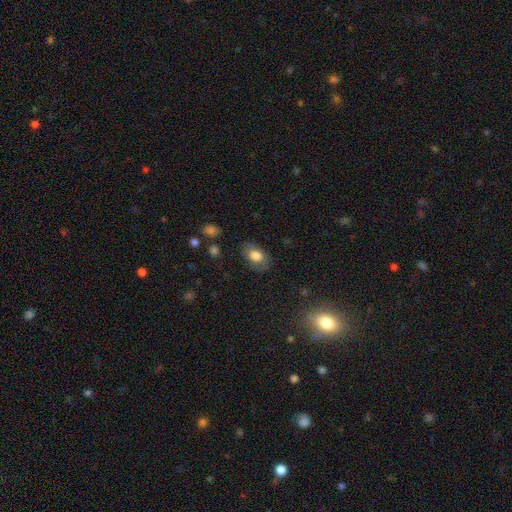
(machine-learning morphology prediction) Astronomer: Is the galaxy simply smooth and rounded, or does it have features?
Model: smooth — 70%.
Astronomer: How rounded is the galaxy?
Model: in between — 86%.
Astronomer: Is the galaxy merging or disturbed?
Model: none — 79%.